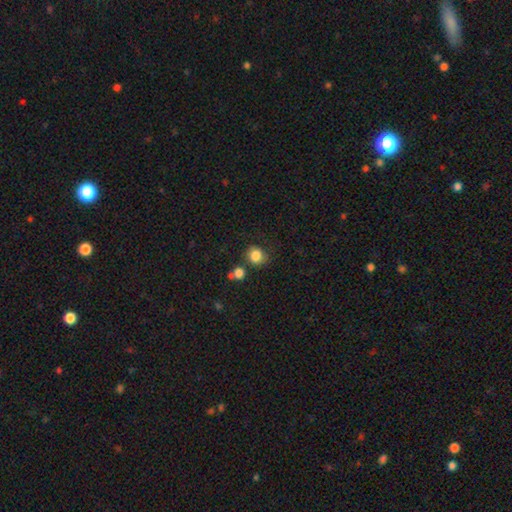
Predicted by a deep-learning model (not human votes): Morphology: type=smooth (84%); roundness=round (80%); merging=none (69%).